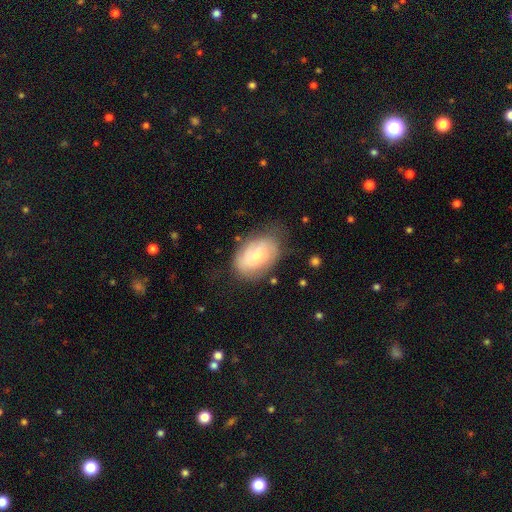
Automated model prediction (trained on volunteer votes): Q: Smooth or featured?
A: smooth (62%); runner-up: featured or disk (31%)
Q: How rounded?
A: in between (89%); runner-up: round (10%)
Q: Merging?
A: none (62%); runner-up: minor disturbance (26%)